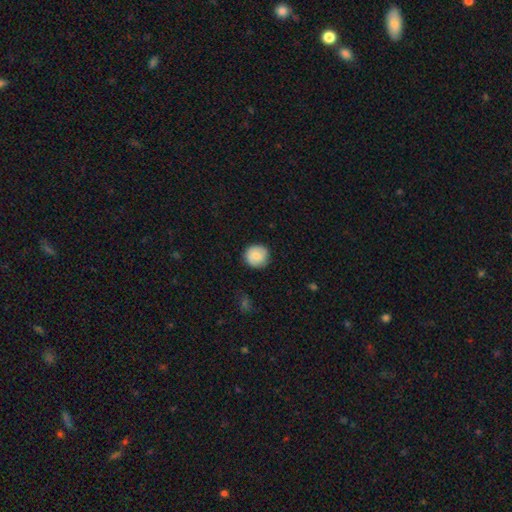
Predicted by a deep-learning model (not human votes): Smooth or featured? Predicted: smooth (p=0.82). How rounded? Predicted: round (p=0.94). Merging? Predicted: none (p=0.87).